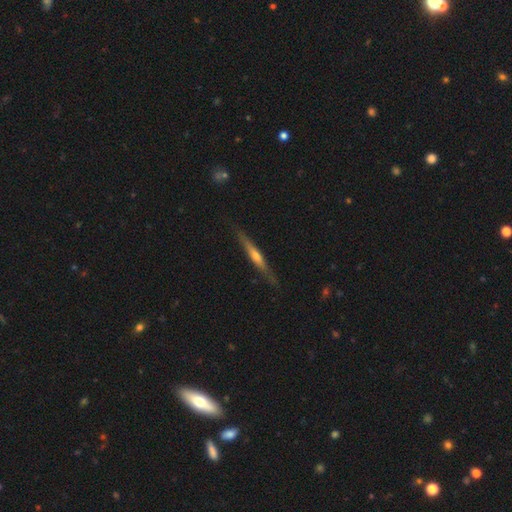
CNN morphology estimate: Smooth or featured? featured or disk (70%)
Edge-on disk? yes (97%)
Edge-on bulge? rounded (71%)
Merging? none (86%)